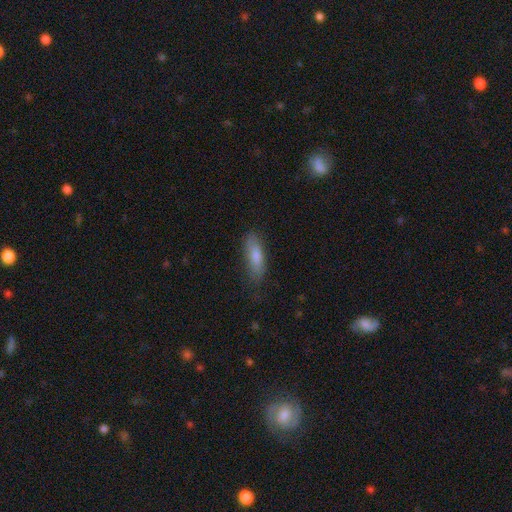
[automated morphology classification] smooth-or-featured: smooth: 74% | featured or disk: 19% | star or artifact: 7%
  how-rounded: cigar-shaped: 53% | in between: 45% | round: 2%
  merging: none: 76% | minor disturbance: 19% | major disturbance: 4% | merger: 1%